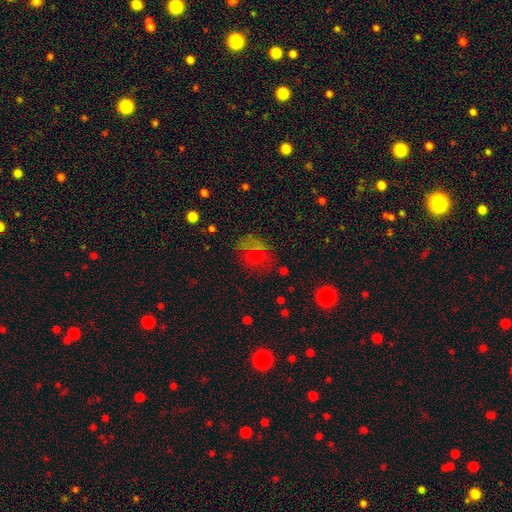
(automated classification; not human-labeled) The model was most divided on "how rounded": round: 62%, in between: 37%, cigar-shaped: 2%. More confident: merging — none (59%); smooth or featured — smooth (58%).